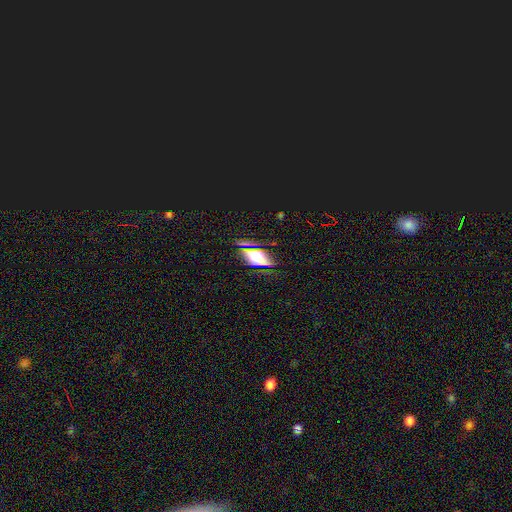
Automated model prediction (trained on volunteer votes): The model was most divided on "smooth or featured": smooth: 39%, featured or disk: 36%, star or artifact: 25%. More confident: merging — none (78%).